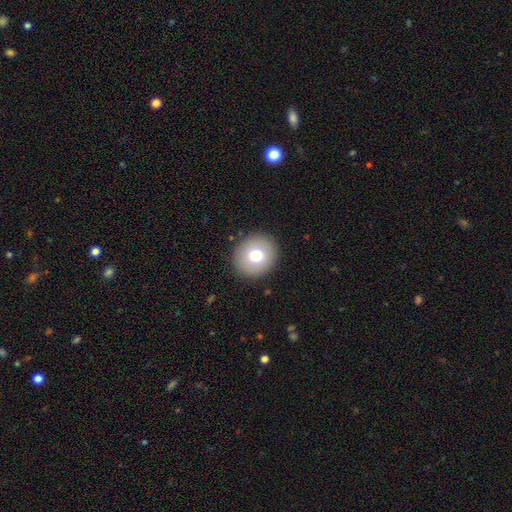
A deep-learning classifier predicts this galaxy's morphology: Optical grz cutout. It shows a smooth galaxy with no disk features (73%) that is round (86%). Merging: none (91%).